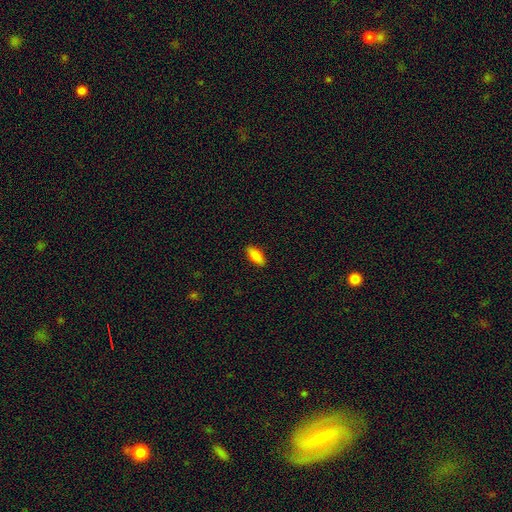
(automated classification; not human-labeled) Smooth or featured? Predicted: smooth (p=0.85). How rounded? Predicted: in between (p=0.83). Merging? Predicted: none (p=0.89).